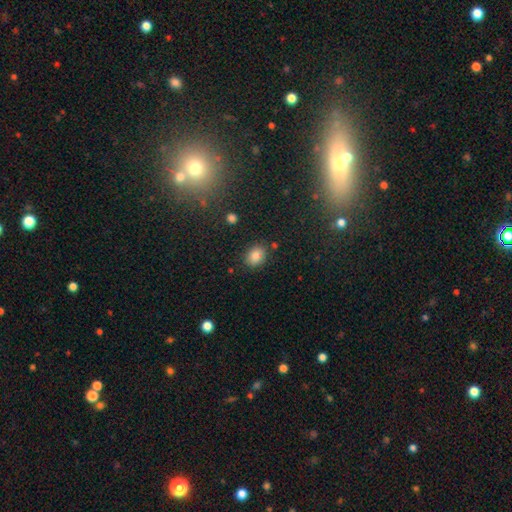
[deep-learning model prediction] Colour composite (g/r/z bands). It shows a smooth galaxy with no disk features (81%) that is in between round and cigar-shaped (58%). Merging: none (81%).